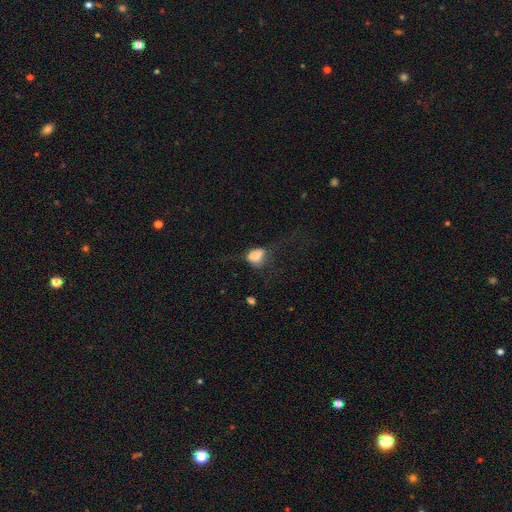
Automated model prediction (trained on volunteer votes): Smooth or featured? smooth (76%)
How rounded? in between (76%)
Merging? major disturbance (42%)